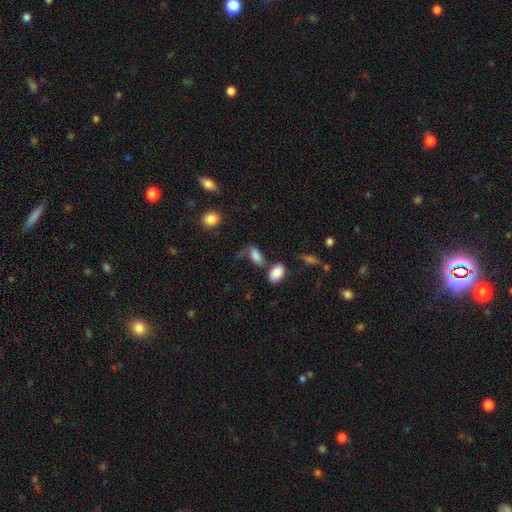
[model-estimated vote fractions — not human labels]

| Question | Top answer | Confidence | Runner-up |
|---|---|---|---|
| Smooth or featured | smooth | 66% | featured or disk (23%) |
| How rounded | in between | 87% | round (9%) |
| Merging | none | 33% | major disturbance (26%) |